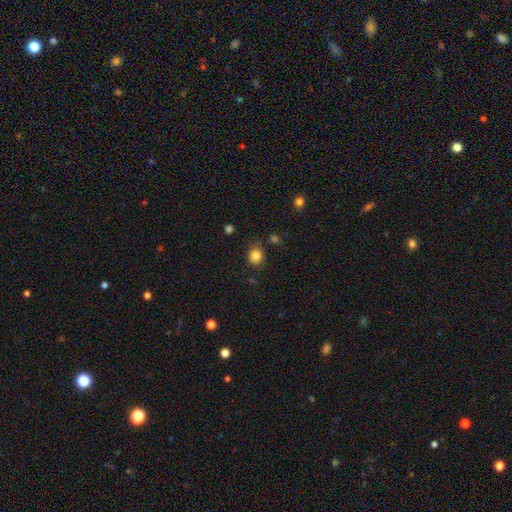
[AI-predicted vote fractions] Smooth or featured: smooth — 84% (star or artifact — 11%)
How rounded: round — 70% (in between — 29%)
Merging: none — 76% (minor disturbance — 16%)